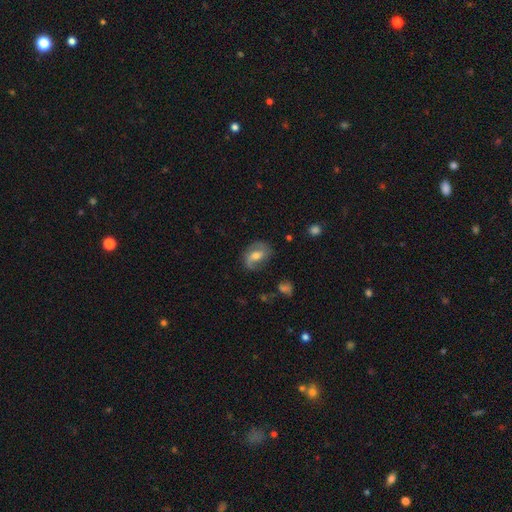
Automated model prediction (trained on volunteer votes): Smooth or featured? Predicted: featured or disk (p=0.63). Edge-on disk? Predicted: no (p=0.96). Bar? Predicted: weak (p=0.44). Spiral arms? Predicted: yes (p=0.86). Spiral winding? Predicted: loose (p=0.43). Spiral arm count? Predicted: 2 (p=0.78). Bulge size? Predicted: moderate (p=0.65). Merging? Predicted: none (p=0.68).